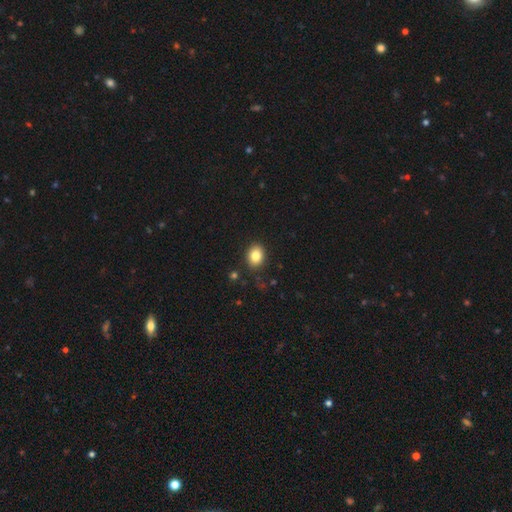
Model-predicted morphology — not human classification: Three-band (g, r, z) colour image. It shows a smooth galaxy with no disk features (84%) that is in between round and cigar-shaped (60%). Merging: none (87%).